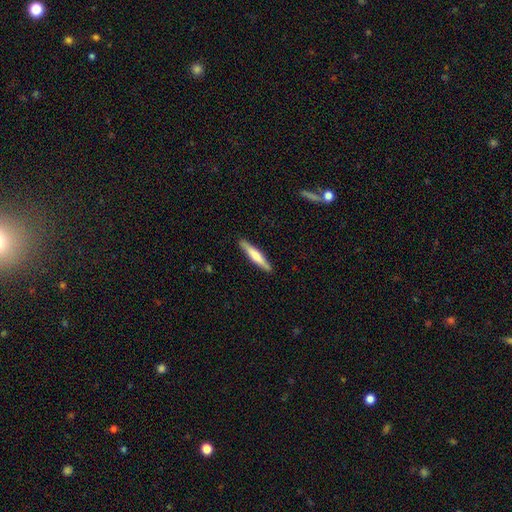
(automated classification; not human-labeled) Smooth or featured? smooth (58%)
How rounded? cigar-shaped (92%)
Merging? none (90%)